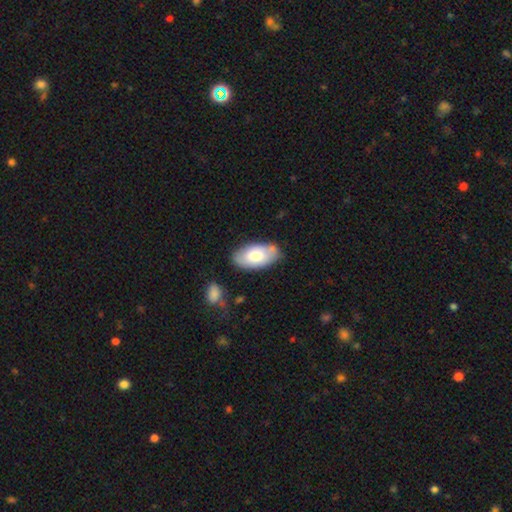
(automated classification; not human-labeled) smooth 72%, featured or disk 22%, star or artifact 6%. Down the decision tree: how rounded — in between (95%); merging — none (75%).